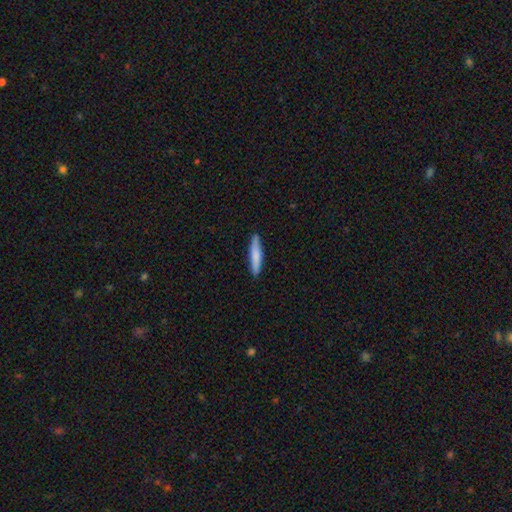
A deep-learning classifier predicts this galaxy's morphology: This appears to be a smooth galaxy with no disk features (75%) that is cigar-shaped (91%). Merging: none (89%).